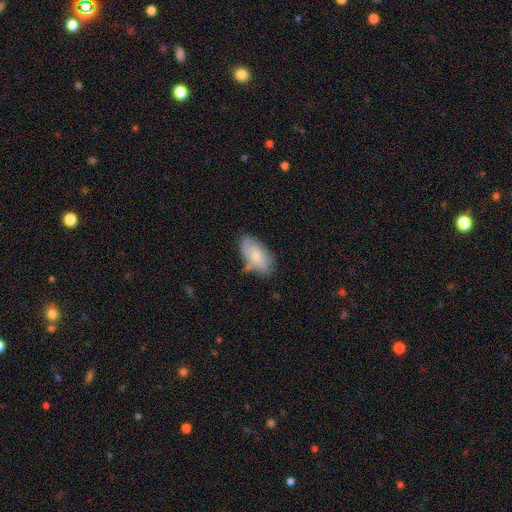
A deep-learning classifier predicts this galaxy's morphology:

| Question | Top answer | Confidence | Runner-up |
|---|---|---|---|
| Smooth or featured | smooth | 74% | featured or disk (20%) |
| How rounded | in between | 93% | cigar-shaped (4%) |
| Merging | none | 59% | minor disturbance (28%) |